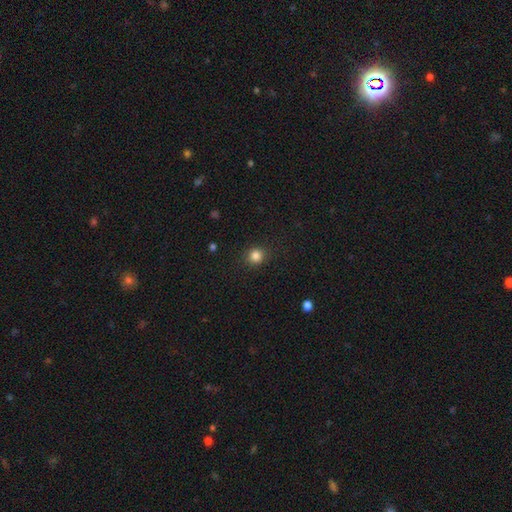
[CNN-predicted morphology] Smooth or featured? Predicted: smooth (p=0.84). How rounded? Predicted: round (p=0.88). Merging? Predicted: none (p=0.89).